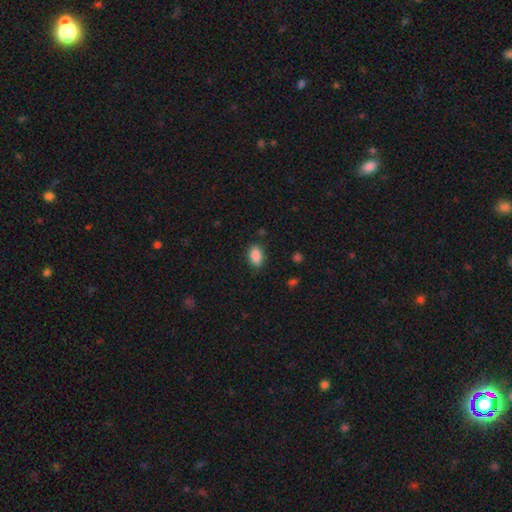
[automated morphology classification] A smooth galaxy with no disk features (89%) that is in between round and cigar-shaped (91%).

Vote fractions:
- Smooth or featured? smooth: 89% / star or artifact: 8% / featured or disk: 4%
- How rounded? in between: 91% / round: 7% / cigar-shaped: 2%
- Merging? none: 85% / minor disturbance: 11% / major disturbance: 3% / merger: 1%